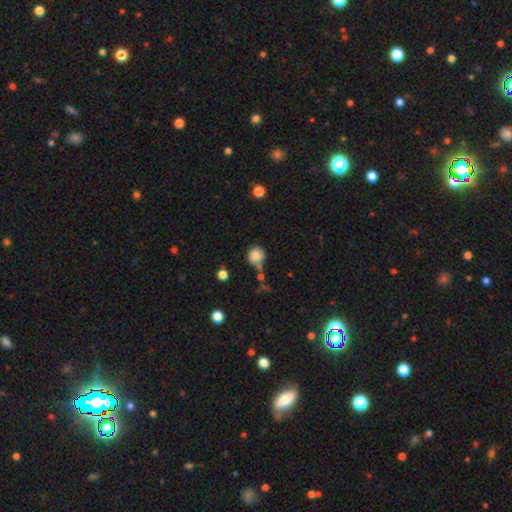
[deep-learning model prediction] Overall: smooth (83%). How rounded: round (88%). Merging: none (55%; minor disturbance 21%).